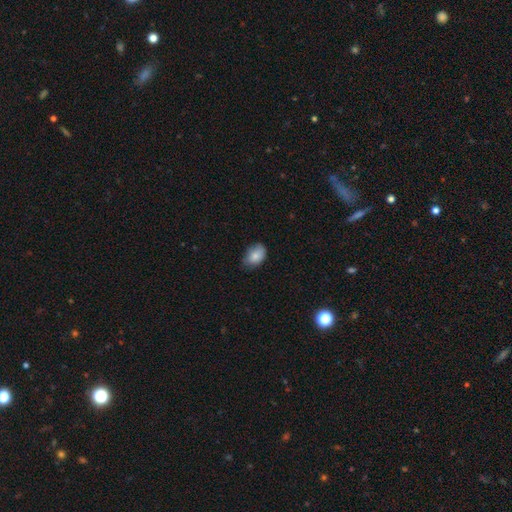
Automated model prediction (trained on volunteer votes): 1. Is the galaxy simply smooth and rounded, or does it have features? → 85% smooth, 8% featured or disk, 7% star or artifact.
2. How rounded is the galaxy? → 82% in between, 17% round, 1% cigar-shaped.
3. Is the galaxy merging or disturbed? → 63% none, 31% minor disturbance, 5% major disturbance, 1% merger.